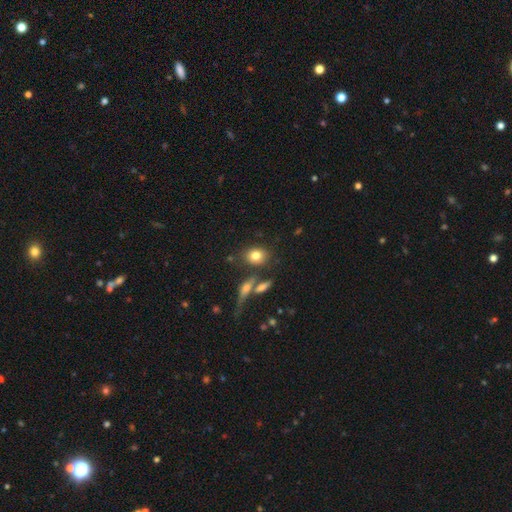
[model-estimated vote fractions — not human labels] Smooth or featured? Predicted: smooth (p=0.78). How rounded? Predicted: in between (p=0.51). Merging? Predicted: none (p=0.70).